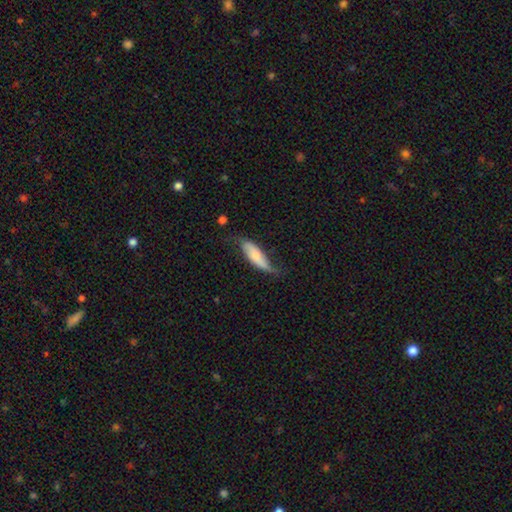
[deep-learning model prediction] Q: Smooth or featured?
A: smooth (51%); runner-up: featured or disk (42%)
Q: How rounded?
A: in between (58%); runner-up: cigar-shaped (39%)
Q: Merging?
A: none (48%); runner-up: minor disturbance (35%)